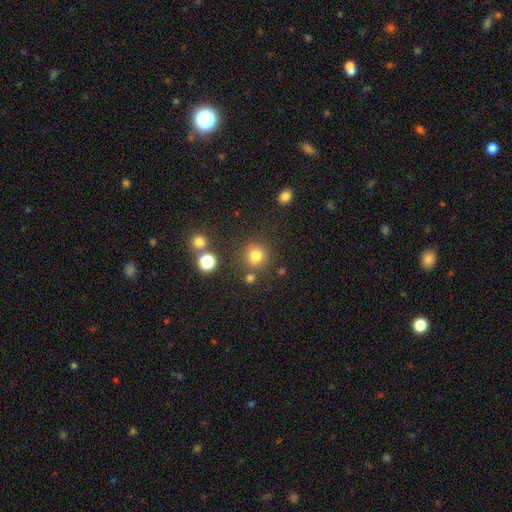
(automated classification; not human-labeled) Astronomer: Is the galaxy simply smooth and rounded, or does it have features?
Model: smooth — 78%.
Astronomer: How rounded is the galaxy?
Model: round — 91%.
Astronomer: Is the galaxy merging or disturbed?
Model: none — 79%.